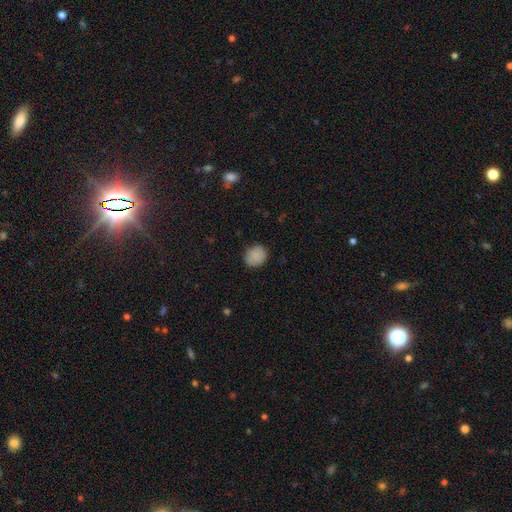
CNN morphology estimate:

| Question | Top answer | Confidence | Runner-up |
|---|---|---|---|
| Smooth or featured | smooth | 88% | star or artifact (8%) |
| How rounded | round | 73% | in between (26%) |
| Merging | none | 85% | minor disturbance (11%) |